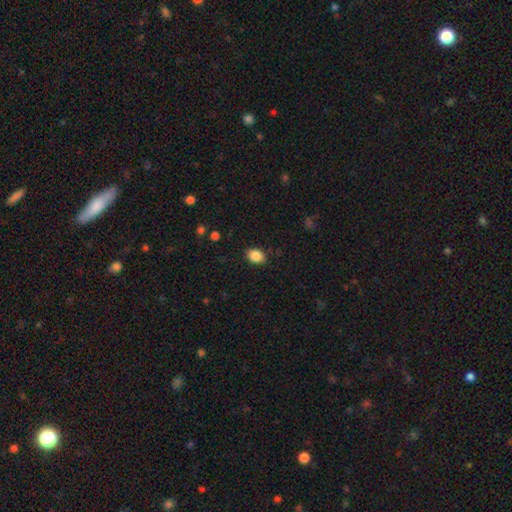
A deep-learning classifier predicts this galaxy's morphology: Smooth or featured: smooth — 87% (star or artifact — 9%)
How rounded: in between — 71% (round — 29%)
Merging: none — 87% (minor disturbance — 9%)